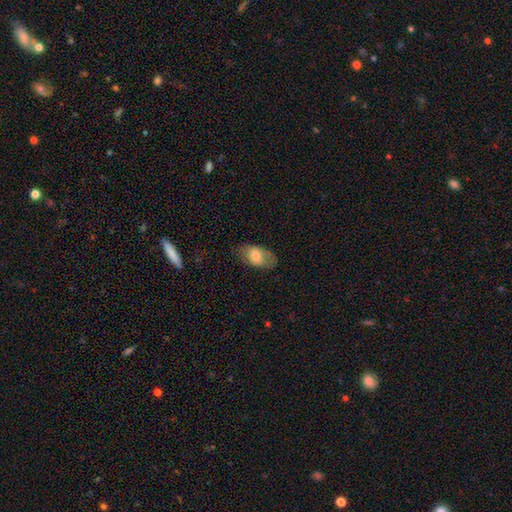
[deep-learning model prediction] This is likely a smooth galaxy (68%). How rounded: clearly in between (91%). Merging: likely none (73%).